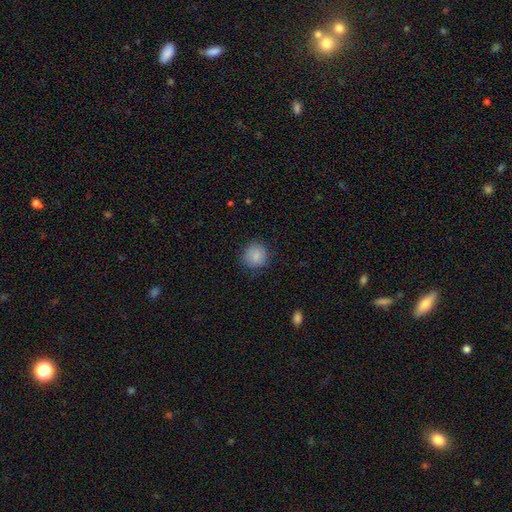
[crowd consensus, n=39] Smooth or featured? smooth (82%)
How rounded? round (94%)
Merging? none (71%)